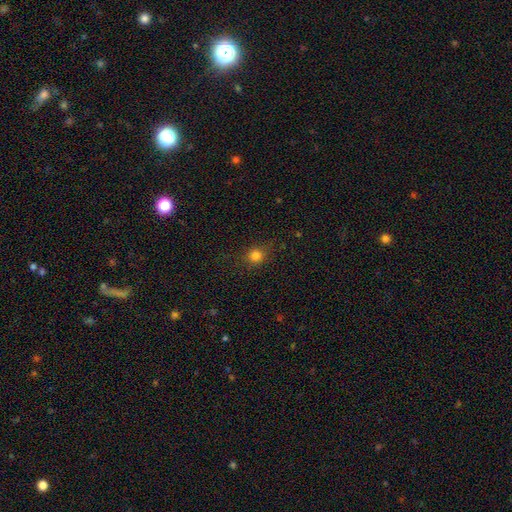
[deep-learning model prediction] Smooth or featured? Predicted: smooth (p=0.79). How rounded? Predicted: round (p=0.87). Merging? Predicted: none (p=0.85).